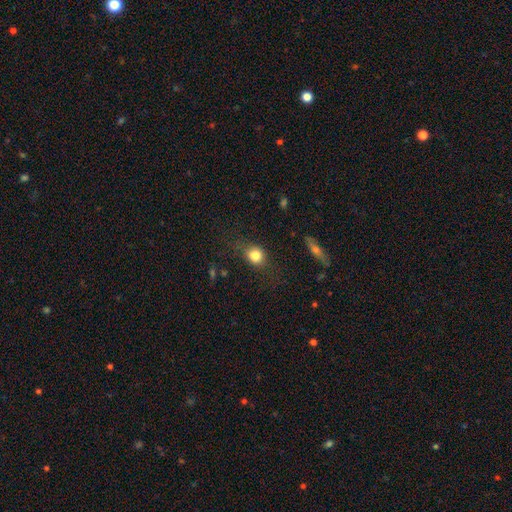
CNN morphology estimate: Q: Smooth or featured?
A: smooth (79%); runner-up: star or artifact (11%)
Q: How rounded?
A: round (62%); runner-up: in between (36%)
Q: Merging?
A: none (68%); runner-up: minor disturbance (20%)